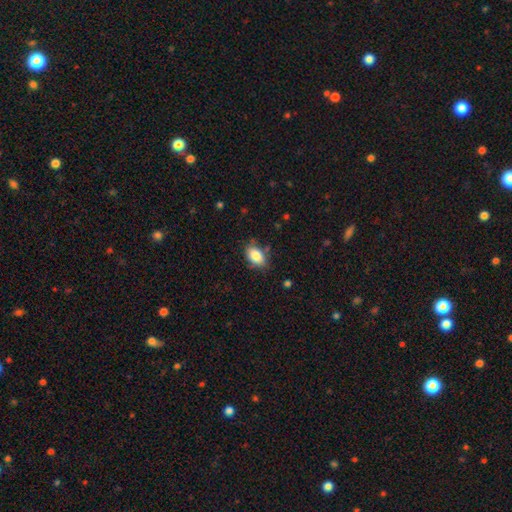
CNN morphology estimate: smooth_or_featured: smooth (p=0.86) [alt: star or artifact p=0.08]
how_rounded: in between (p=0.88) [alt: round p=0.10]
merging: none (p=0.76) [alt: minor disturbance p=0.18]